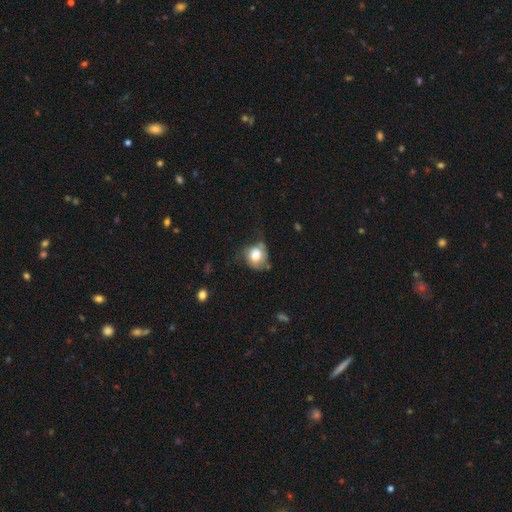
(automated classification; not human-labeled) This appears to be a smooth galaxy with no disk features (65%) that is round (69%). Merging: none (38%).